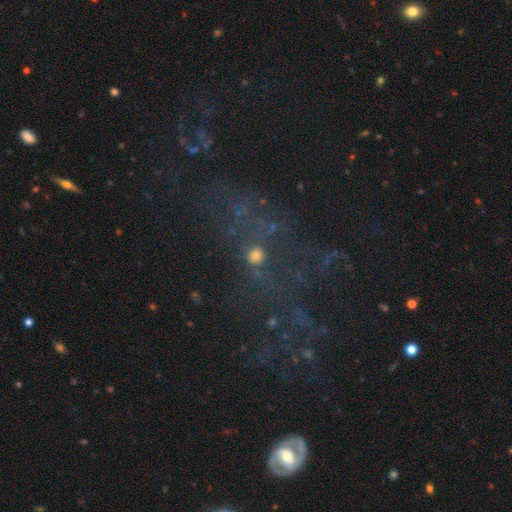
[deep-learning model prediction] Smooth or featured? star or artifact (39%)